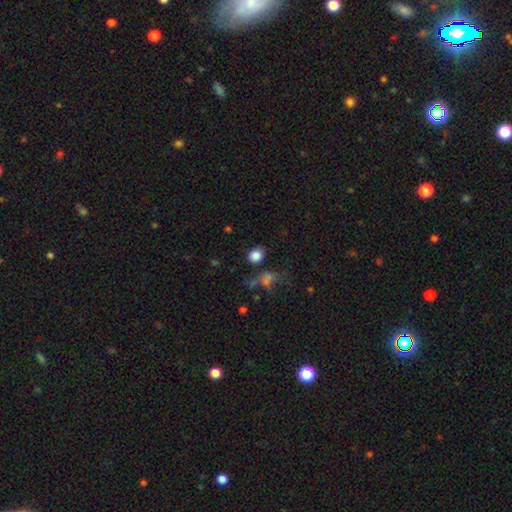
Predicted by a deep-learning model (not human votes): smooth-or-featured: smooth: 84% | star or artifact: 11% | featured or disk: 5%
  how-rounded: round: 57% | in between: 42% | cigar-shaped: 1%
  merging: none: 75% | minor disturbance: 13% | merger: 6% | major disturbance: 5%